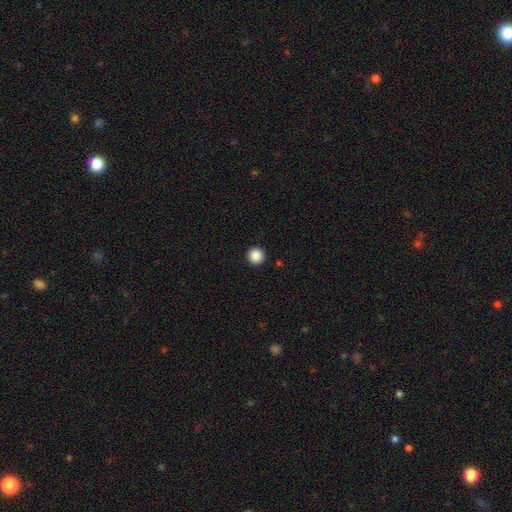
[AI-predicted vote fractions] Smooth or featured: smooth — 88% (star or artifact — 9%)
How rounded: round — 95% (in between — 4%)
Merging: none — 93% (minor disturbance — 4%)